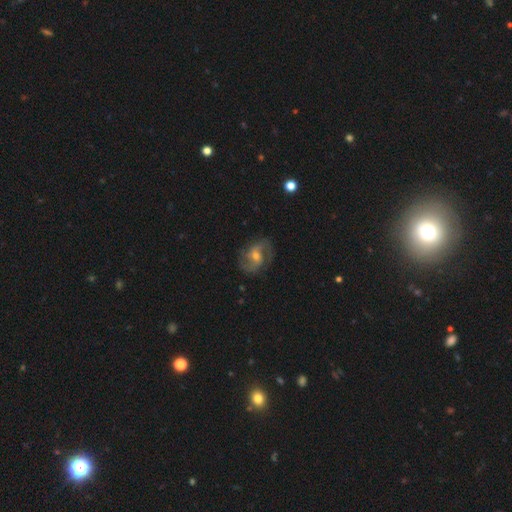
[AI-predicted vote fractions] smooth-or-featured: featured or disk: 79% | smooth: 15% | star or artifact: 7%
  disk-edge-on: no: 97% | yes: 3%
    bar: weak: 44% | no: 42% | strong: 14%
    has-spiral-arms: yes: 93% | no: 7%
      spiral-winding: medium: 48% | loose: 37% | tight: 15%
      spiral-arm-count: 2: 86% | can't tell: 6% | 3: 3% | 1: 2% | 4: 1% | more than 4: 1%
    bulge-size: moderate: 50% | small: 44% | large: 3% | none: 2% | dominant: 1%
  merging: none: 75% | minor disturbance: 16% | major disturbance: 7% | merger: 1%